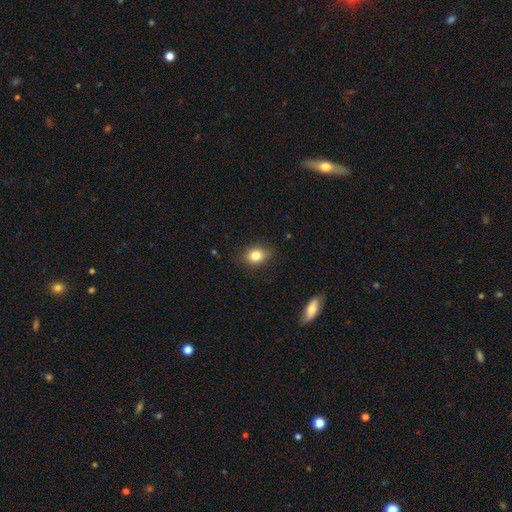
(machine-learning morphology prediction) A smooth galaxy with no disk features (83%) that is in between round and cigar-shaped (60%).

Vote fractions:
- Smooth or featured? smooth: 83% / star or artifact: 10% / featured or disk: 7%
- How rounded? in between: 60% / round: 38% / cigar-shaped: 1%
- Merging? none: 83% / minor disturbance: 13% / major disturbance: 3% / merger: 1%